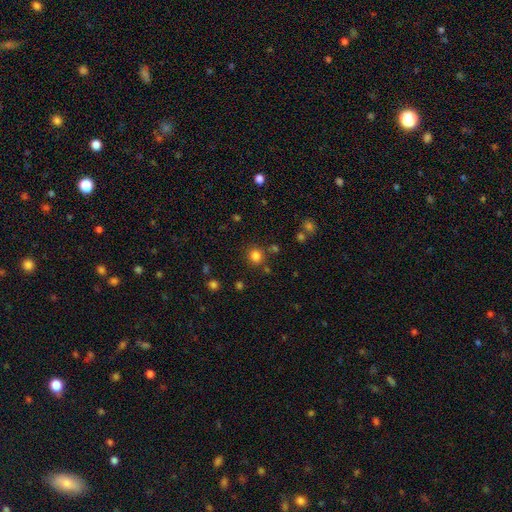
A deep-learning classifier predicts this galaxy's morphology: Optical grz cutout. It shows a smooth galaxy with no disk features (81%) that is round (88%). Merging: none (81%).